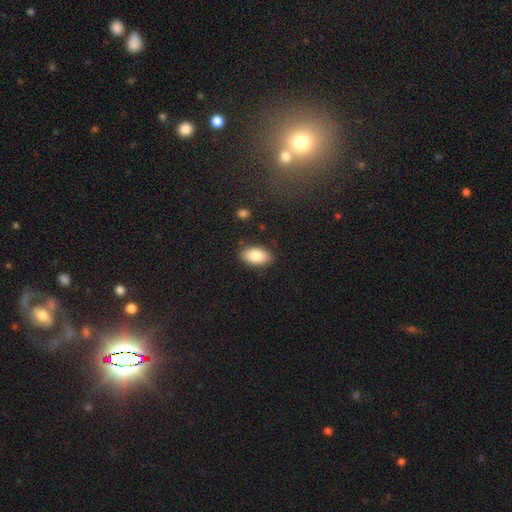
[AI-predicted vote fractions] Smooth or featured? Predicted: smooth (p=0.85). How rounded? Predicted: in between (p=0.93). Merging? Predicted: none (p=0.87).